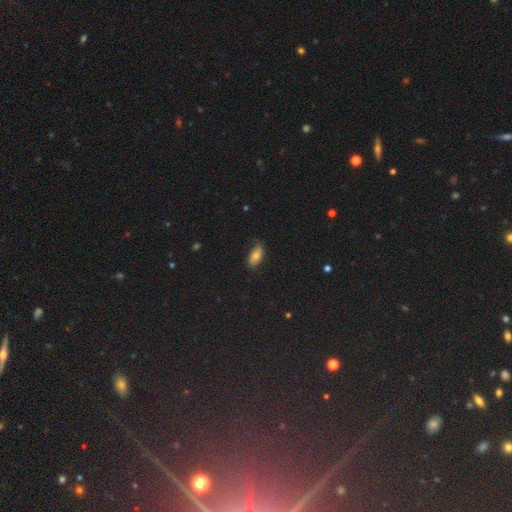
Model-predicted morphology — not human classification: smooth-or-featured: smooth: 71% | featured or disk: 18% | star or artifact: 12%
  how-rounded: in between: 89% | cigar-shaped: 8% | round: 4%
  merging: none: 74% | minor disturbance: 20% | major disturbance: 4% | merger: 1%